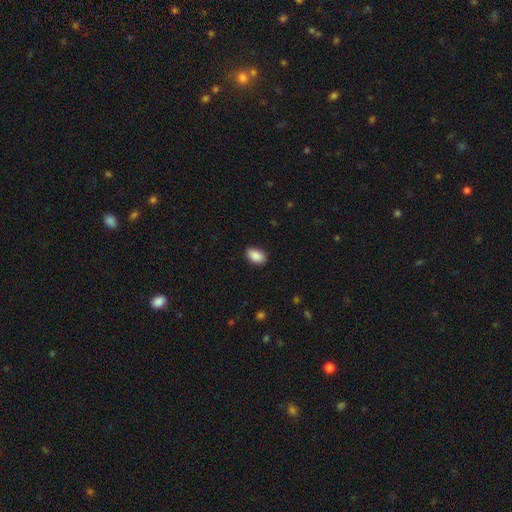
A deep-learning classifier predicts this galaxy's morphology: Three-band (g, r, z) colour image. It shows a smooth galaxy with no disk features (90%) that is in between round and cigar-shaped (91%). Merging: none (88%).